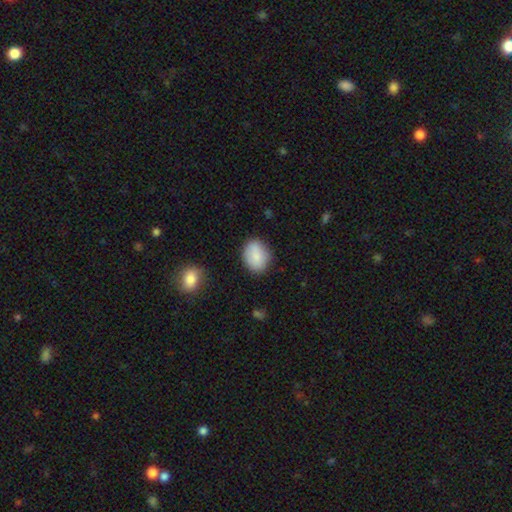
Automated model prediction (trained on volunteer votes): This appears to be a smooth galaxy with no disk features (83%) that is in between round and cigar-shaped (62%). Merging: none (79%).